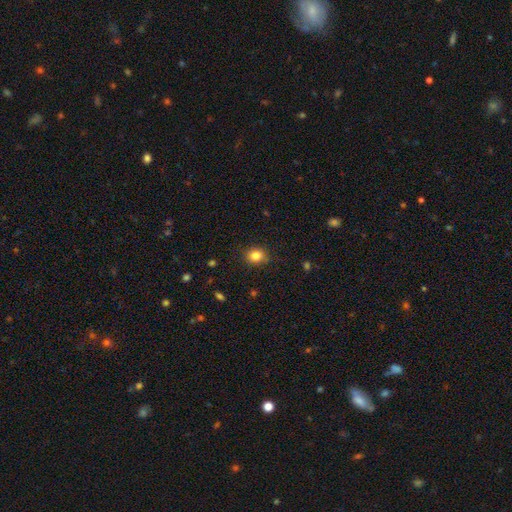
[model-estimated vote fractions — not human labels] Smooth or featured? smooth (83%)
How rounded? round (69%)
Merging? none (86%)